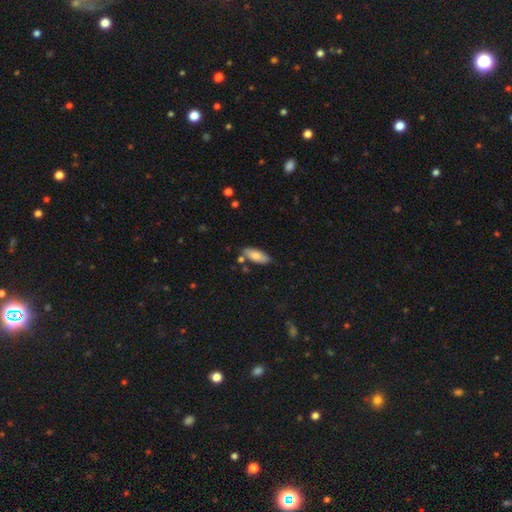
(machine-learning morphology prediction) smooth-or-featured: smooth: 80% | featured or disk: 13% | star or artifact: 6%
  how-rounded: in between: 80% | cigar-shaped: 18% | round: 2%
  merging: none: 73% | minor disturbance: 17% | merger: 7% | major disturbance: 3%